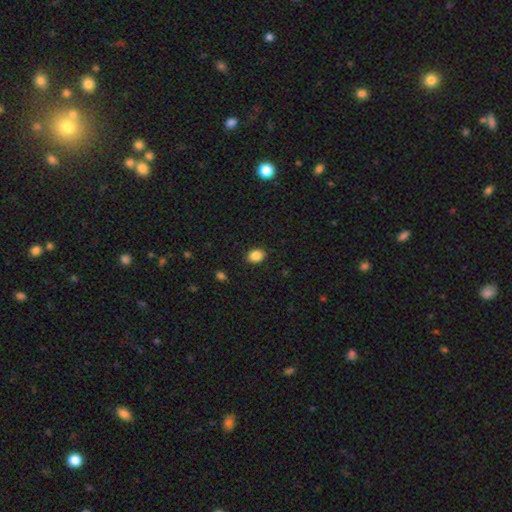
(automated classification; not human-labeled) A smooth galaxy with no disk features (87%) that is in between round and cigar-shaped (61%).

Vote fractions:
- Smooth or featured? smooth: 87% / star or artifact: 9% / featured or disk: 4%
- How rounded? in between: 61% / round: 39% / cigar-shaped: 1%
- Merging? none: 89% / minor disturbance: 8% / major disturbance: 2% / merger: 1%